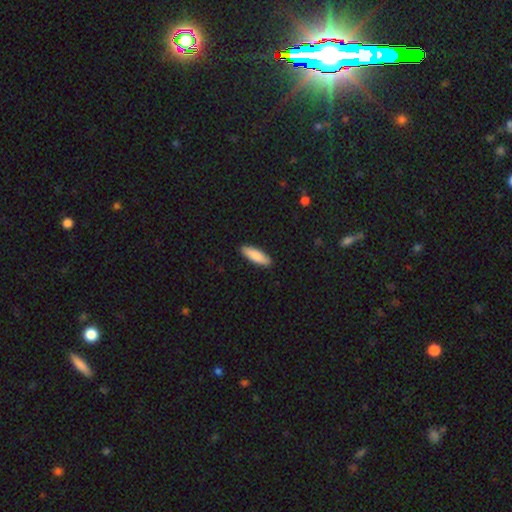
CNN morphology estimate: This is clearly a smooth galaxy (85%). How rounded: possibly cigar-shaped (50%). Merging: clearly none (91%).